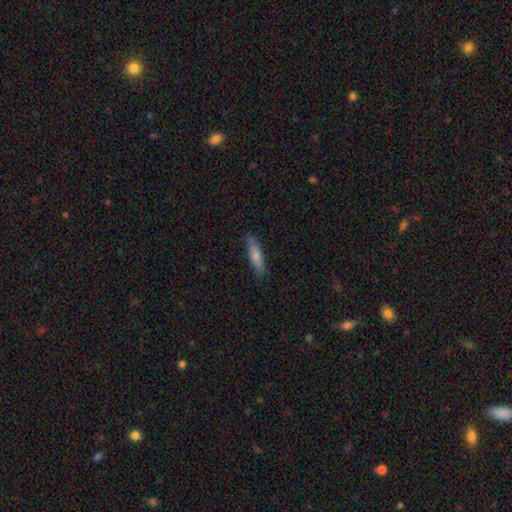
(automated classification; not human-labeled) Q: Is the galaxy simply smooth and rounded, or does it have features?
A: smooth — 75%.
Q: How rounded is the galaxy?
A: cigar-shaped — 78%.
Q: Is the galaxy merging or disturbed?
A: none — 83%.